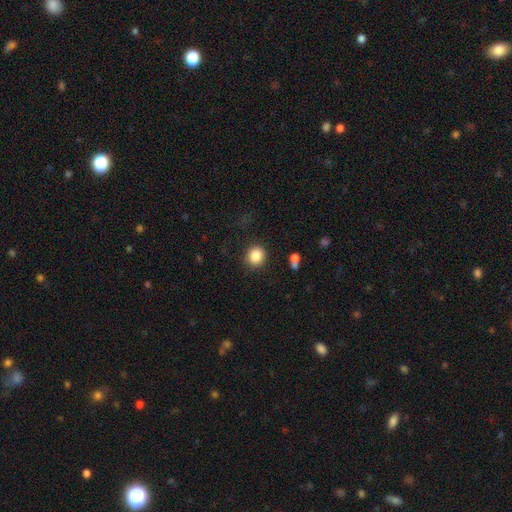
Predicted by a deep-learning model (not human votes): A smooth galaxy with no disk features (86%) that is round (83%). Merging: none (85%).